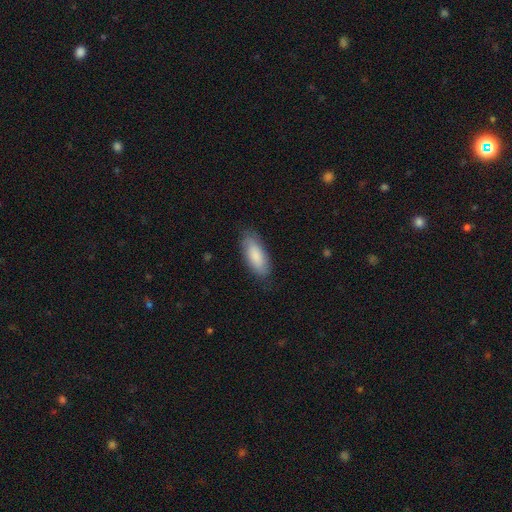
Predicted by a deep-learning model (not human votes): Smooth or featured? smooth (83%)
How rounded? in between (80%)
Merging? none (80%)